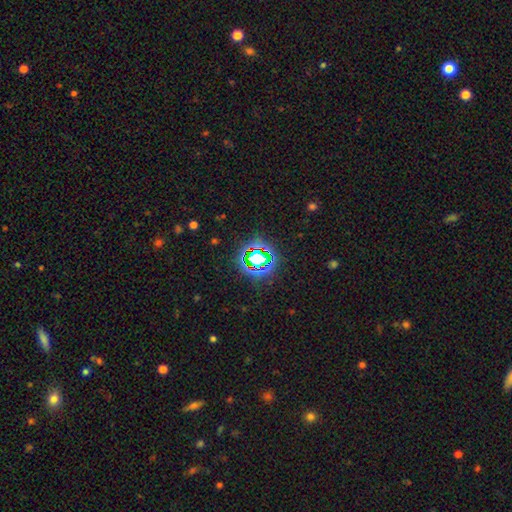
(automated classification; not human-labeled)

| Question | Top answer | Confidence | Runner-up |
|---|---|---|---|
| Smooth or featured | star or artifact | 72% | smooth (18%) |